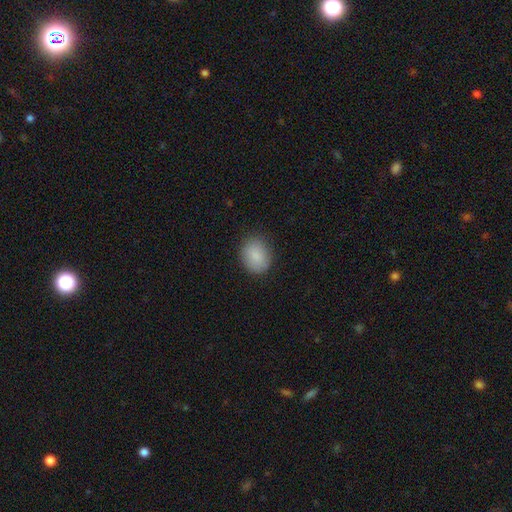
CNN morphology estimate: smooth_or_featured: smooth (p=0.87) [alt: star or artifact p=0.07]
how_rounded: in between (p=0.53) [alt: round p=0.46]
merging: none (p=0.85) [alt: minor disturbance p=0.12]